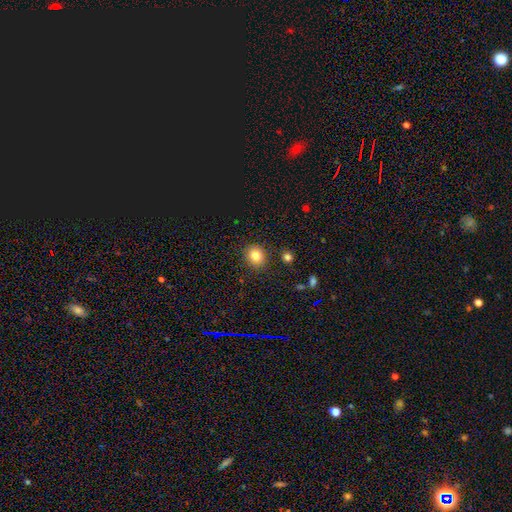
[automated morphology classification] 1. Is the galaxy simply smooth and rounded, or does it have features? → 82% smooth, 12% star or artifact, 6% featured or disk.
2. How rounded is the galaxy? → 72% round, 27% in between, 1% cigar-shaped.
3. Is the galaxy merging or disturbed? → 86% none, 9% minor disturbance, 3% merger, 2% major disturbance.